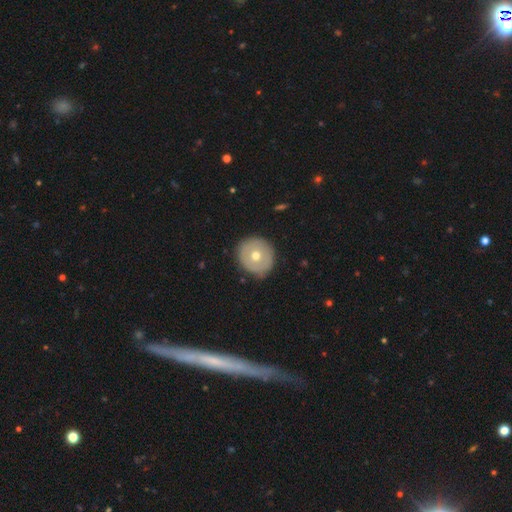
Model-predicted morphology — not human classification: A smooth galaxy with no disk features (56%) that is round (89%). Merging: none (87%).